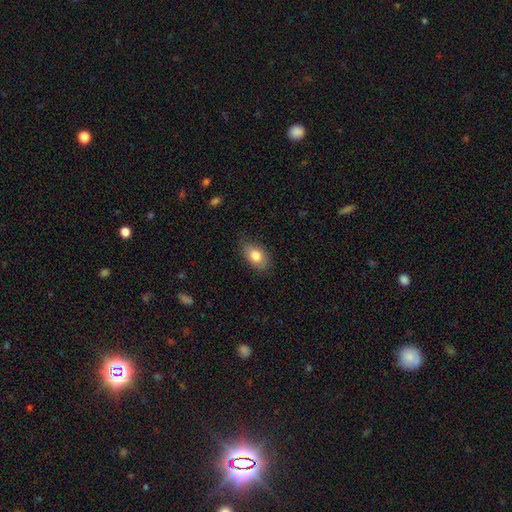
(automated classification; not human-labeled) smooth 80%, featured or disk 12%, star or artifact 8%. Down the decision tree: how rounded — in between (87%); merging — none (77%).